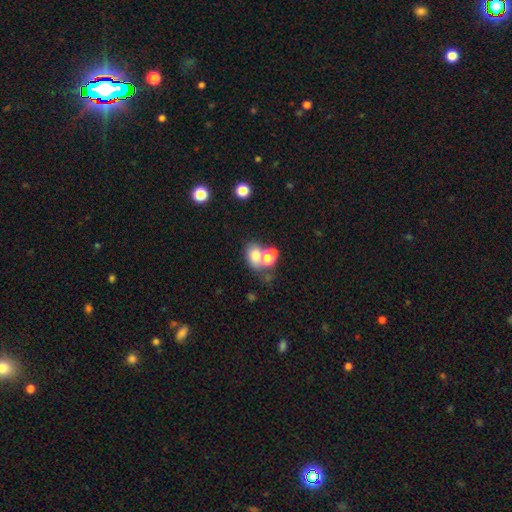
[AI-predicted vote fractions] Smooth or featured: smooth — 68% (star or artifact — 16%)
How rounded: in between — 59% (round — 39%)
Merging: merger — 47% (none — 36%)